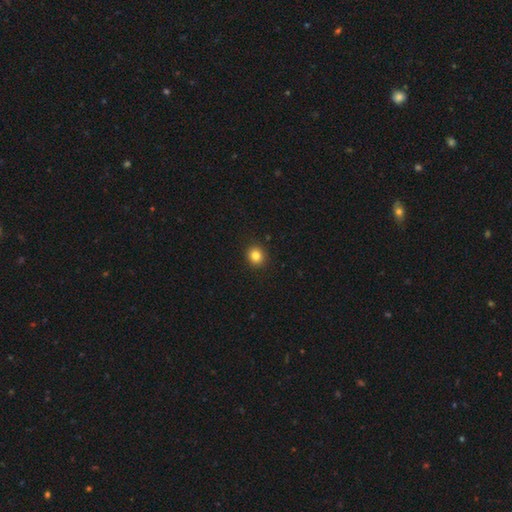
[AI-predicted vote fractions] The model was most divided on "smooth or featured": smooth: 83%, star or artifact: 11%, featured or disk: 6%. More confident: merging — none (92%); how rounded — round (86%).